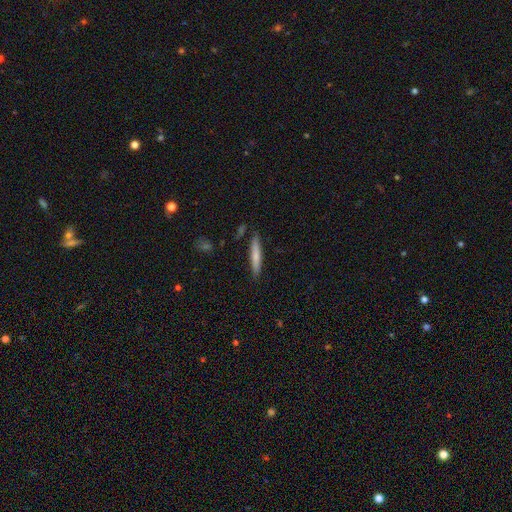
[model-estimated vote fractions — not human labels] Smooth or featured? Predicted: smooth (p=0.69). How rounded? Predicted: cigar-shaped (p=0.92). Merging? Predicted: none (p=0.86).